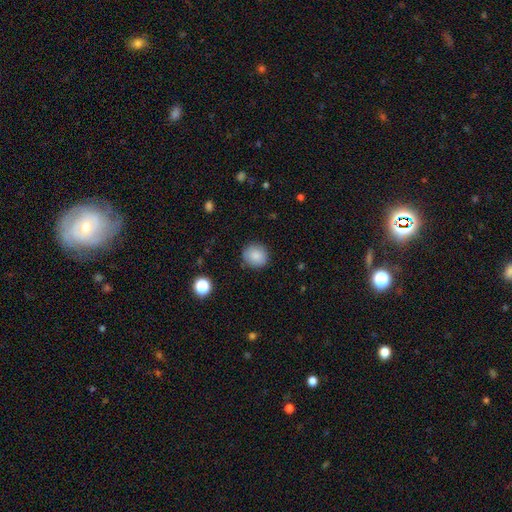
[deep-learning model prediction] smooth 86%, star or artifact 9%, featured or disk 5%. Down the decision tree: how rounded — round (86%); merging — none (87%).